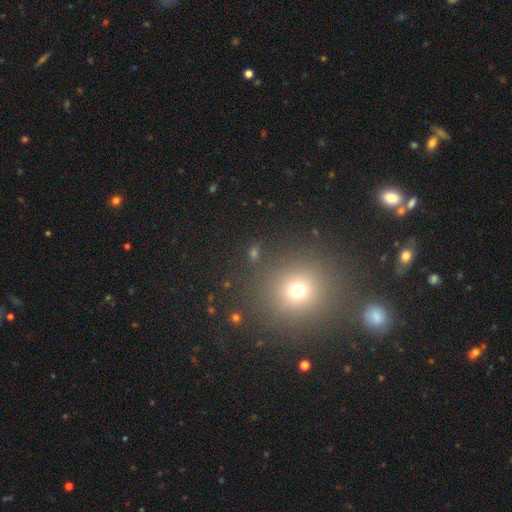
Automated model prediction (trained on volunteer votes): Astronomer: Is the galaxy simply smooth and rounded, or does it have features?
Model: smooth — 51% (runner-up: star or artifact, 41%).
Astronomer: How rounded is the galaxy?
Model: round — 87%.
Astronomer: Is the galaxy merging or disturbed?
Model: none — 84%.